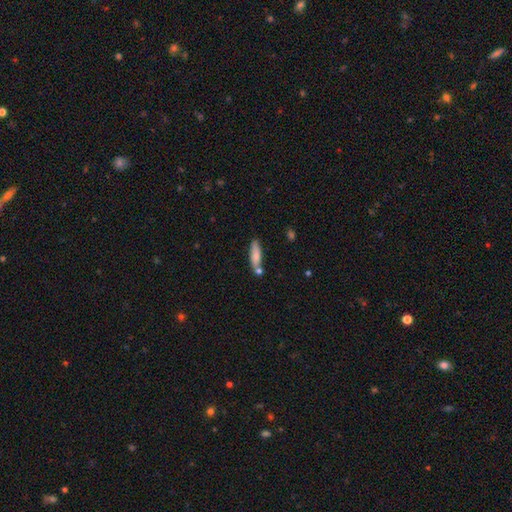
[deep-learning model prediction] Smooth or featured?
  - smooth: 76% *
  - featured or disk: 18%
  - star or artifact: 7%
How rounded?
  - cigar-shaped: 64% *
  - in between: 34%
  - round: 2%
Merging?
  - none: 67% *
  - merger: 15%
  - minor disturbance: 15%
  - major disturbance: 3%